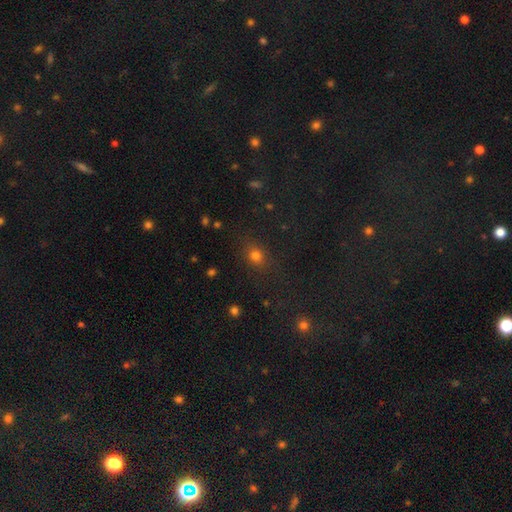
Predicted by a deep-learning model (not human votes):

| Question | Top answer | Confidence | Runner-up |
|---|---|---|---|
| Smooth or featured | smooth | 74% | star or artifact (18%) |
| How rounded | round | 60% | in between (39%) |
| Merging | none | 82% | minor disturbance (12%) |